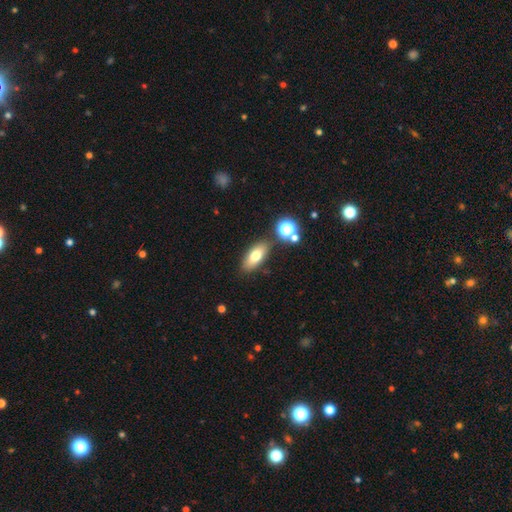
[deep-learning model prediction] This appears to be a smooth galaxy with no disk features (72%) that is in between round and cigar-shaped (78%). Merging: none (80%).